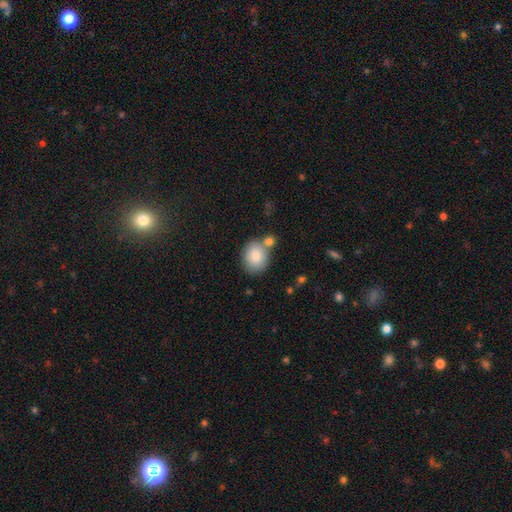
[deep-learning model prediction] Overall: smooth (79%). How rounded: round (63%; in between 36%). Merging: none (59%; merger 25%).